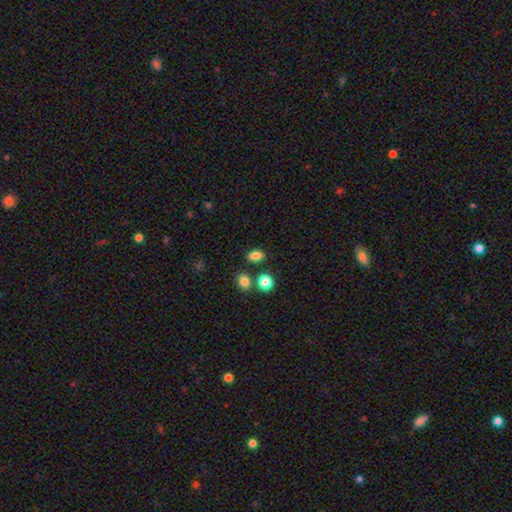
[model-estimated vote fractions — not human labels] A smooth galaxy with no disk features (83%) that is in between round and cigar-shaped (76%).

Vote fractions:
- Smooth or featured? smooth: 83% / star or artifact: 12% / featured or disk: 5%
- How rounded? in between: 76% / round: 22% / cigar-shaped: 2%
- Merging? none: 79% / minor disturbance: 10% / merger: 8% / major disturbance: 3%